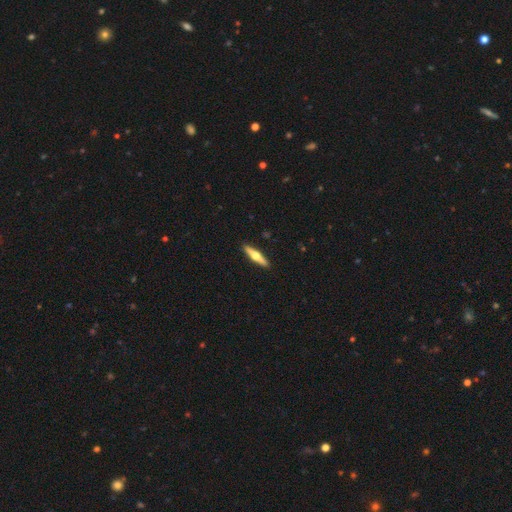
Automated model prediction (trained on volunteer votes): Smooth or featured? featured or disk (62%)
Edge-on disk? yes (97%)
Edge-on bulge? rounded (95%)
Merging? none (92%)